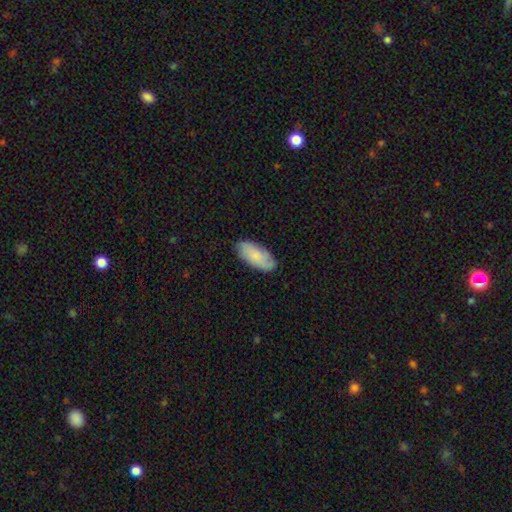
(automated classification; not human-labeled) The model was most divided on "smooth or featured": smooth: 75%, featured or disk: 19%, star or artifact: 6%. More confident: how rounded — in between (90%); merging — none (81%).